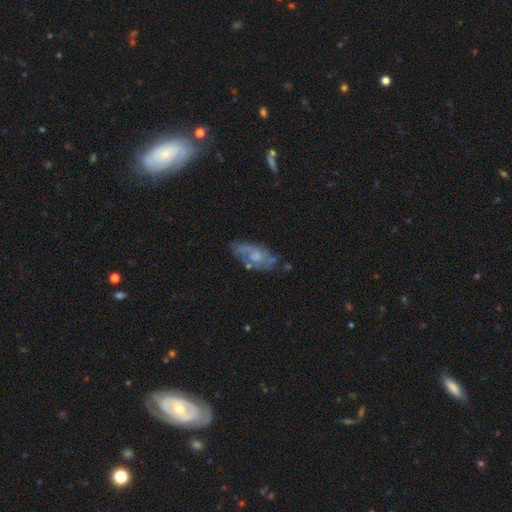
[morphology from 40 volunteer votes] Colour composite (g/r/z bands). It shows a featured or disk galaxy (72%) with no bar (79%), tight (52%) spiral arms (75%) and a moderate central bulge (36%). Merging: none (69%).